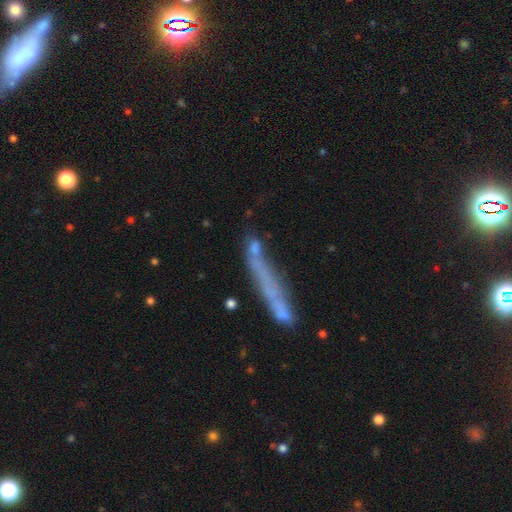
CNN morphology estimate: Overall: smooth (46%; featured or disk 41%). Merging: none (53%; minor disturbance 20%).